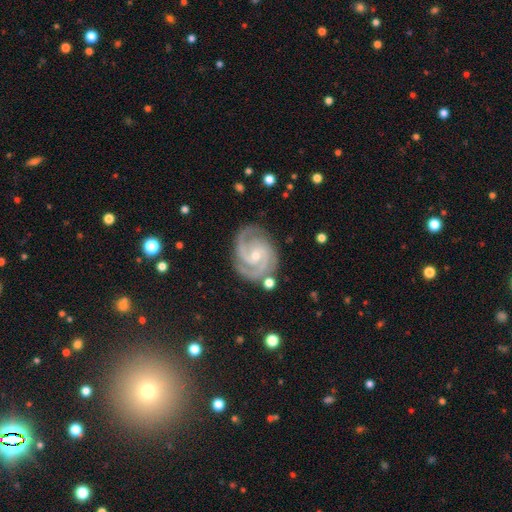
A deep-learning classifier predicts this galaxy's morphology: type=featured or disk (92%); edge-on=no (98%); bar=no (59%); spiral arms=yes (99%); winding=tight (55%); arm count=3 (45%); bulge=small (67%); merging=none (76%).